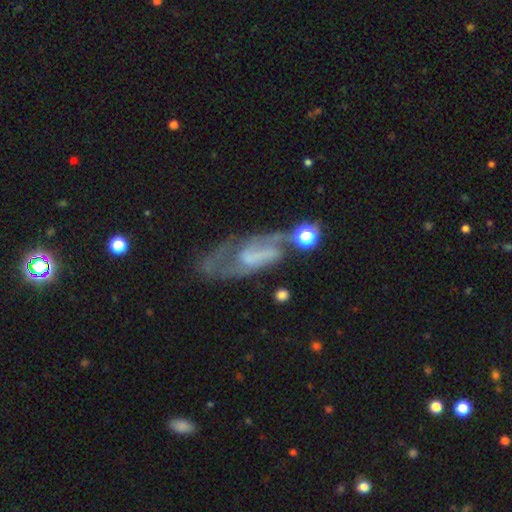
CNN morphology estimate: Q: Smooth or featured?
A: featured or disk (74%); runner-up: smooth (17%)
Q: Edge-on disk?
A: no (90%); runner-up: yes (10%)
Q: Bar?
A: no (41%); runner-up: weak (40%)
Q: Spiral arms?
A: yes (81%); runner-up: no (19%)
Q: Spiral winding?
A: medium (46%); runner-up: loose (27%)
Q: Spiral arm count?
A: 2 (60%); runner-up: can't tell (20%)
Q: Bulge size?
A: none (49%); runner-up: small (29%)
Q: Merging?
A: none (45%); runner-up: major disturbance (24%)